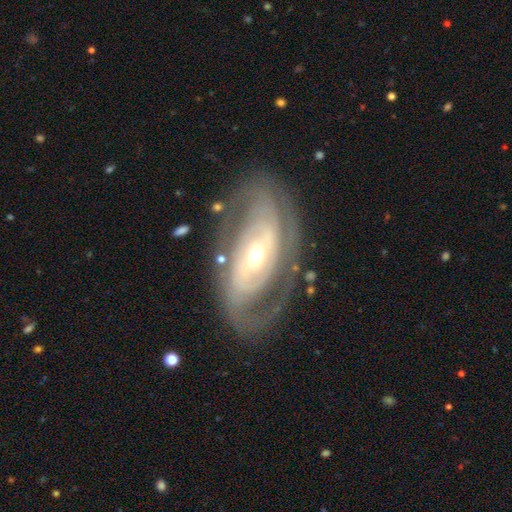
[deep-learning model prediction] Morphology: type=featured or disk (85%); edge-on=no (94%); bar=no (41%); spiral arms=yes (87%); winding=tight (57%); arm count=2 (51%); bulge=small (54%); merging=none (71%).